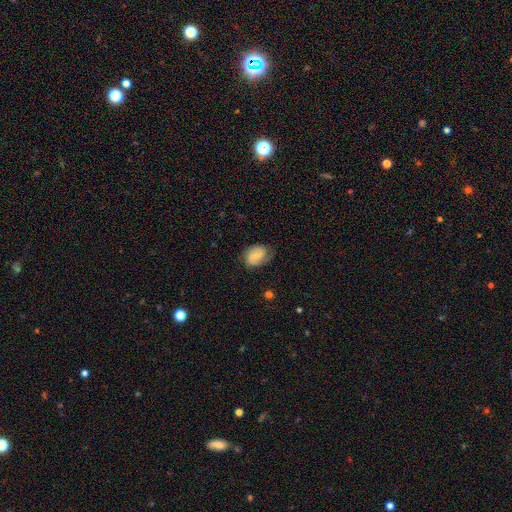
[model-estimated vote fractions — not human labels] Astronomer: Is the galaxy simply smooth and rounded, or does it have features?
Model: featured or disk — 59%.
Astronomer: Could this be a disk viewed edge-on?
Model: no — 97%.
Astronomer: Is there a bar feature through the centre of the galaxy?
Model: weak — 49% (runner-up: no, 37%).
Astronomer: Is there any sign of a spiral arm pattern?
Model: yes — 90%.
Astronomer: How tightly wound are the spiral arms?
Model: medium — 44% (runner-up: tight, 34%).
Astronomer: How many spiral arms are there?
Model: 2 — 79%.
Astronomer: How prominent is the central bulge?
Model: small — 58%.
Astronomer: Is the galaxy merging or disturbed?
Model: none — 71%.